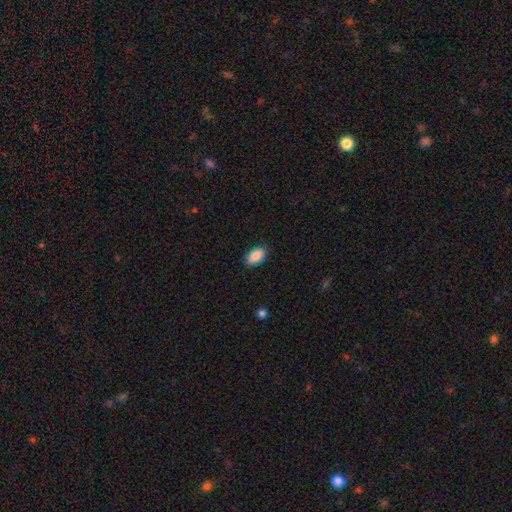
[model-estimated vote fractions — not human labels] This appears to be a smooth galaxy with no disk features (89%) that is in between round and cigar-shaped (94%). Merging: none (87%).